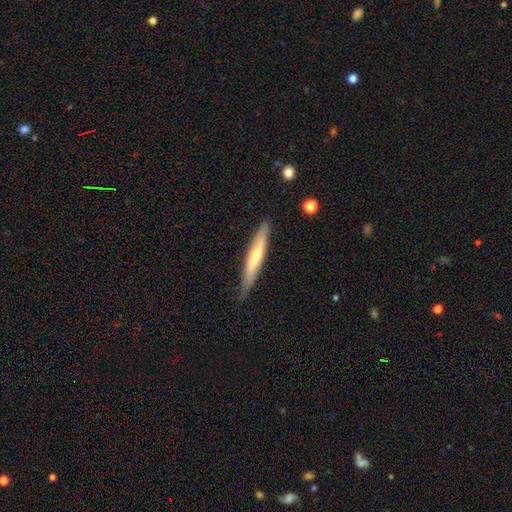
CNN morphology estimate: Smooth or featured: featured or disk — 50% (smooth — 44%)
Edge-on disk: yes — 86% (no — 14%)
Merging: none — 83% (minor disturbance — 14%)